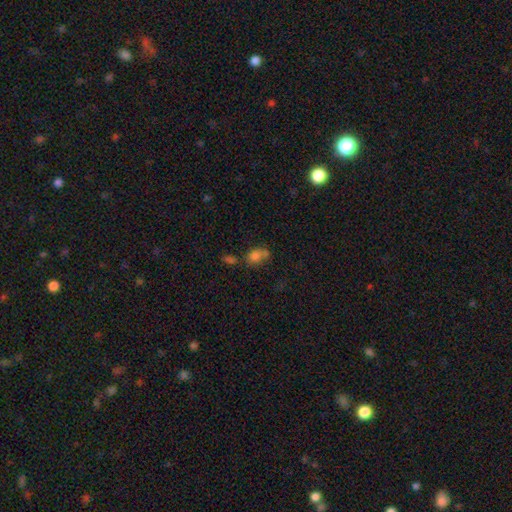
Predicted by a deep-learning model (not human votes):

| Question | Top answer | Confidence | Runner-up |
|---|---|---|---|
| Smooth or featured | smooth | 75% | star or artifact (15%) |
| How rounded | in between | 60% | round (38%) |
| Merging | merger | 37% | tied: none (37%) |